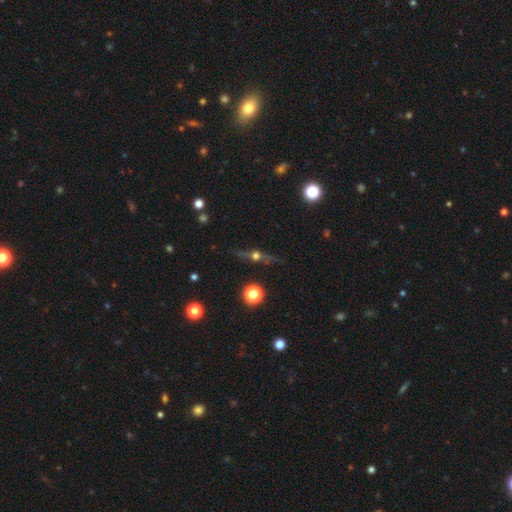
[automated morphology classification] This appears to be a featured or disk galaxy (62%) viewed edge-on (91%) with a rounded central bulge (94%). Merging: none (82%).